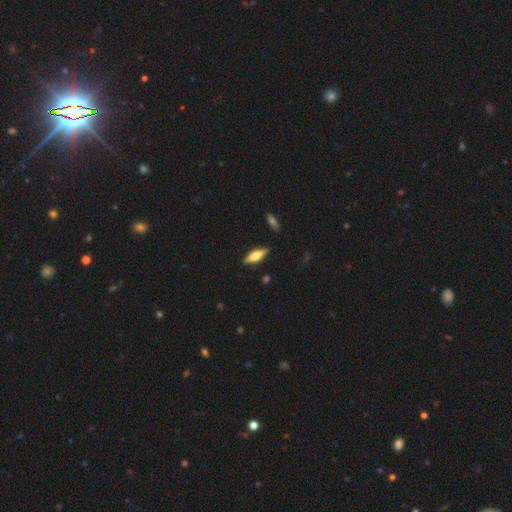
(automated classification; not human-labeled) Q: Smooth or featured?
A: smooth (50%); runner-up: featured or disk (44%)
Q: Merging?
A: none (87%); runner-up: minor disturbance (10%)